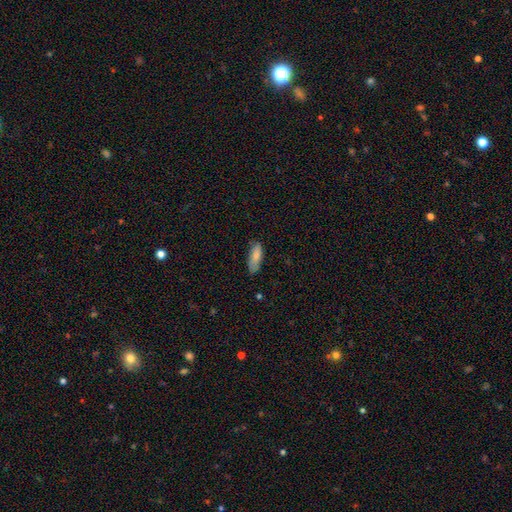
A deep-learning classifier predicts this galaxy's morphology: Smooth or featured: smooth — 84% (featured or disk — 10%)
How rounded: in between — 66% (cigar-shaped — 33%)
Merging: none — 67% (minor disturbance — 26%)